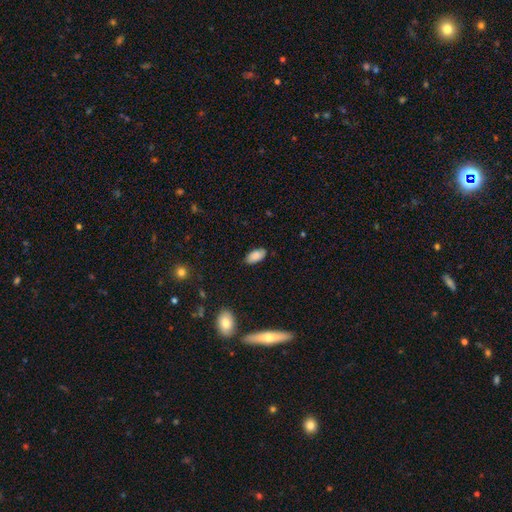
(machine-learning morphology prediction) Q: Smooth or featured?
A: smooth (85%); runner-up: featured or disk (8%)
Q: How rounded?
A: in between (94%); runner-up: cigar-shaped (4%)
Q: Merging?
A: none (83%); runner-up: minor disturbance (13%)